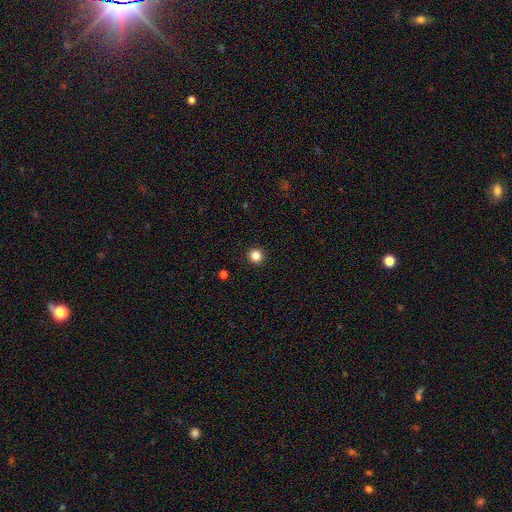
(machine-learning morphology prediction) This appears to be a smooth galaxy with no disk features (85%) that is round (95%). Merging: none (93%).